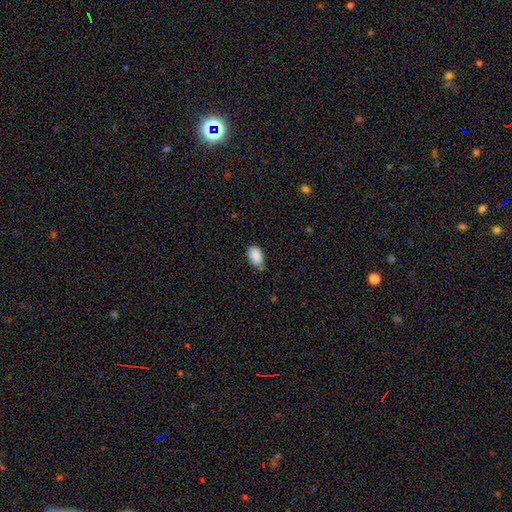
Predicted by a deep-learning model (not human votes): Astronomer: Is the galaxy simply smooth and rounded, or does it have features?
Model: smooth — 88%.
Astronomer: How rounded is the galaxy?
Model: in between — 93%.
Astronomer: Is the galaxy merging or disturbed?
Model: none — 62%.